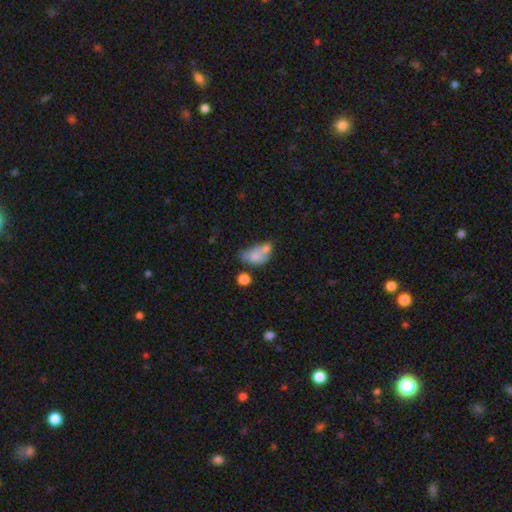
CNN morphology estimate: type=smooth (62%); roundness=in between (80%); merging=merger (45%).